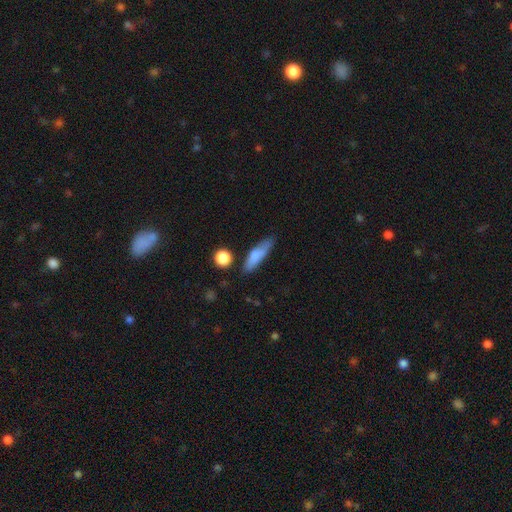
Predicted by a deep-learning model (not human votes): Smooth or featured: smooth — 73% (featured or disk — 20%)
How rounded: cigar-shaped — 65% (in between — 32%)
Merging: none — 68% (minor disturbance — 22%)